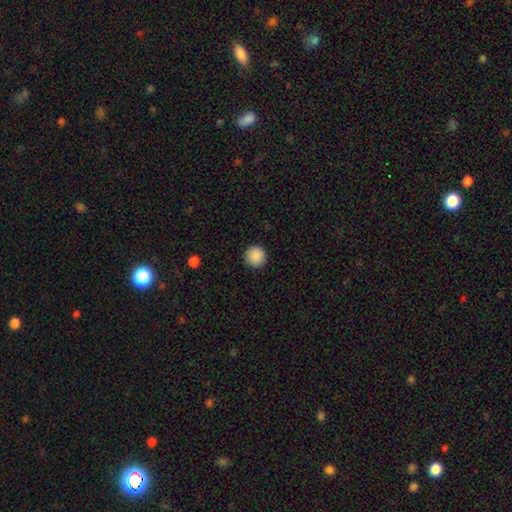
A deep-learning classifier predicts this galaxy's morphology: smooth 89%, star or artifact 8%, featured or disk 3%. Down the decision tree: how rounded — round (96%); merging — none (93%).